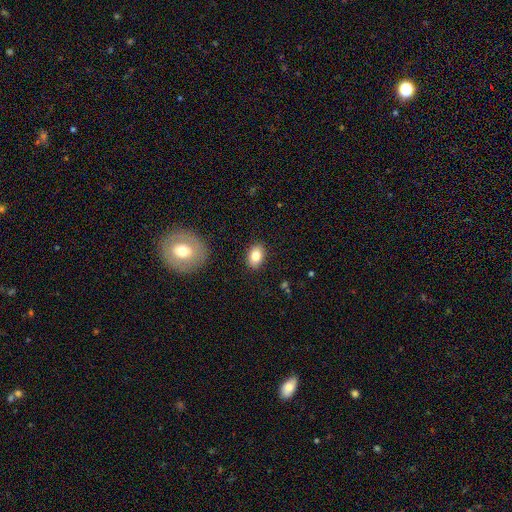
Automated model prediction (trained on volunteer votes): Smooth or featured? Predicted: smooth (p=0.81). How rounded? Predicted: in between (p=0.79). Merging? Predicted: none (p=0.88).